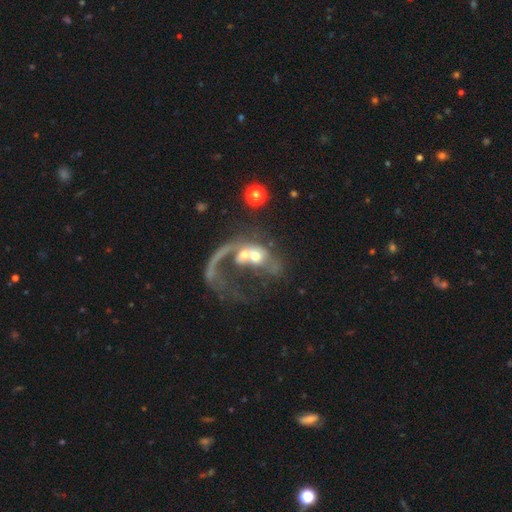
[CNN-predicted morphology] featured or disk 61%, smooth 28%, star or artifact 11%. Down the decision tree: edge-on disk — no (95%); bar — no (73%); spiral arms — yes (55%); bulge size — moderate (53%); merging — merger (62%).